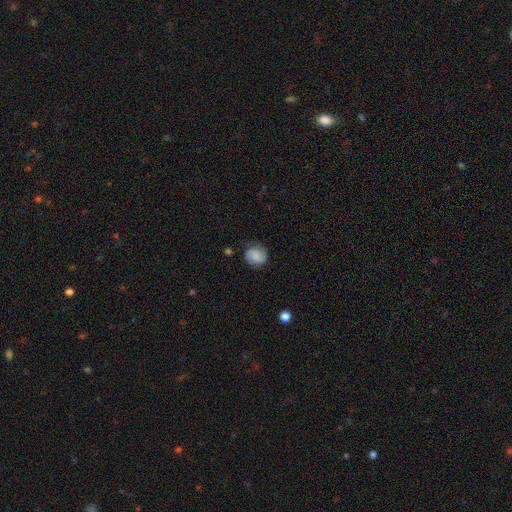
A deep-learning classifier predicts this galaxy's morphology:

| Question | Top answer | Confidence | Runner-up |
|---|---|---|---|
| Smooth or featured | smooth | 53% | featured or disk (38%) |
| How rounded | round | 76% | in between (23%) |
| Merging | none | 79% | minor disturbance (15%) |